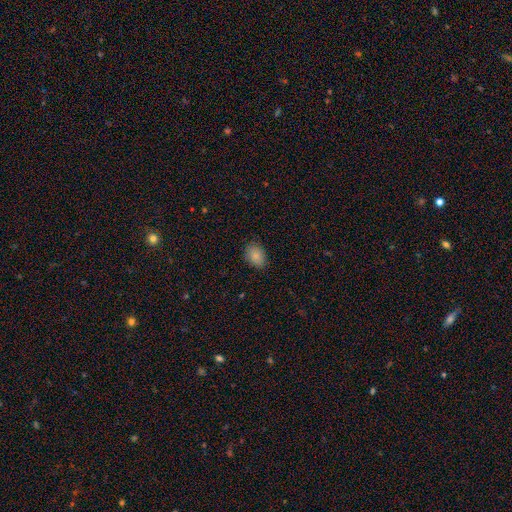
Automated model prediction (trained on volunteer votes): The model was most divided on "how rounded": in between: 74%, round: 25%, cigar-shaped: 1%. More confident: smooth or featured — smooth (86%); merging — none (86%).